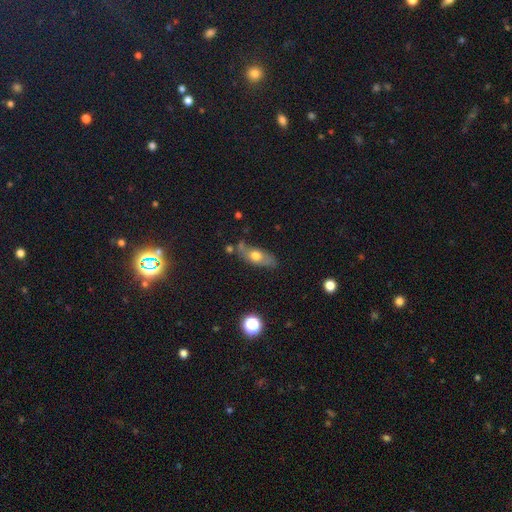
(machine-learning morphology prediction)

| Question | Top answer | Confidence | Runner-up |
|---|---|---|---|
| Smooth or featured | smooth | 57% | featured or disk (34%) |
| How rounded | in between | 70% | cigar-shaped (22%) |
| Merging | none | 62% | minor disturbance (23%) |